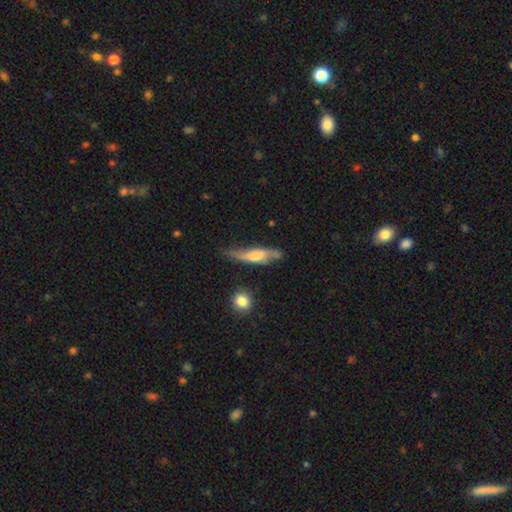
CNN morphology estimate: type=featured or disk (48%); merging=none (53%).